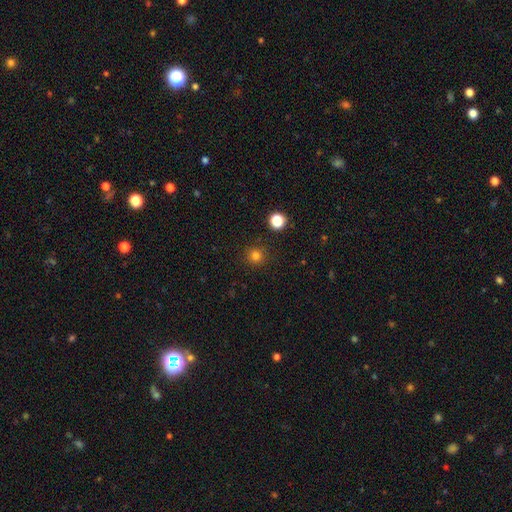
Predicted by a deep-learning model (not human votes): Overall: smooth (80%). How rounded: round (92%). Merging: none (89%).